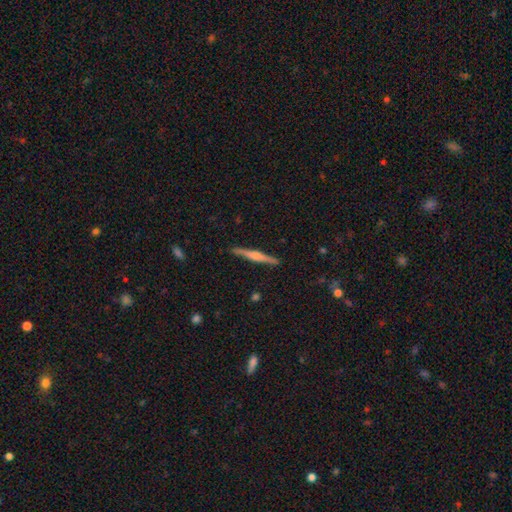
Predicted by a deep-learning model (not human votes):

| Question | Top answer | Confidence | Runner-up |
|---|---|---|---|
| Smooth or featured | featured or disk | 65% | smooth (29%) |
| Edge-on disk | yes | 98% | no (2%) |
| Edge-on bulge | rounded | 65% | boxy (22%) |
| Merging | none | 90% | minor disturbance (7%) |